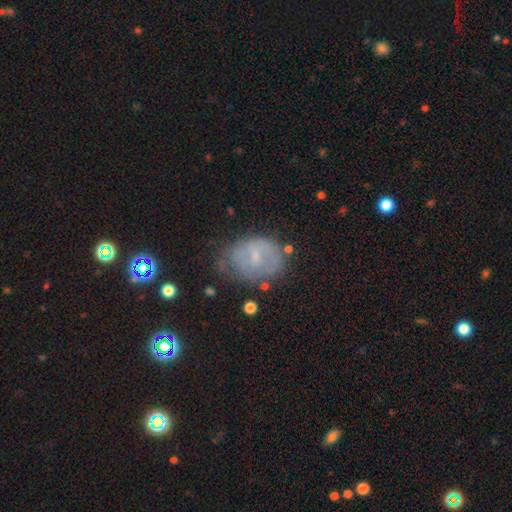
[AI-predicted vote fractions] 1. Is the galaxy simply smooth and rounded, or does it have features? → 44% featured or disk, 43% smooth, 13% star or artifact.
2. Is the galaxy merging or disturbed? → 50% none, 31% minor disturbance, 16% major disturbance, 3% merger.